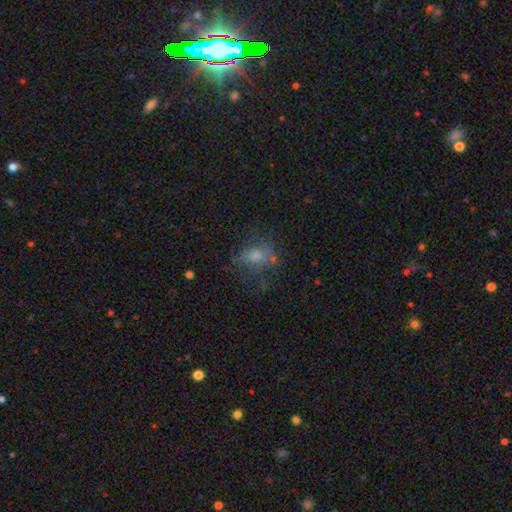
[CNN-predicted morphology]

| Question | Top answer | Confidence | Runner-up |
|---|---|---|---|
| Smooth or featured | smooth | 52% | featured or disk (28%) |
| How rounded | in between | 52% | round (46%) |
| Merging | none | 53% | minor disturbance (22%) |